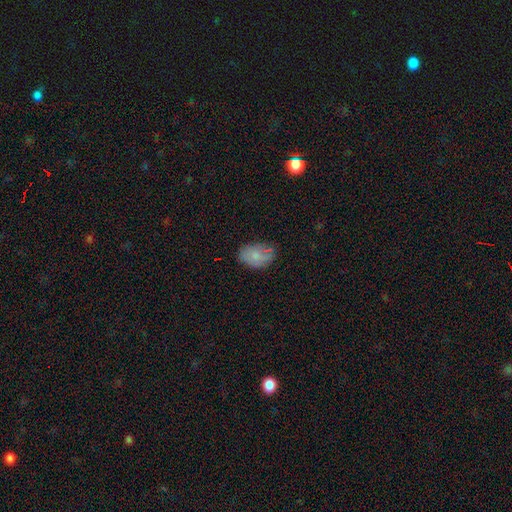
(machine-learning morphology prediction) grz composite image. It shows a smooth galaxy with no disk features (78%) that is in between round and cigar-shaped (83%). Merging: none (70%).